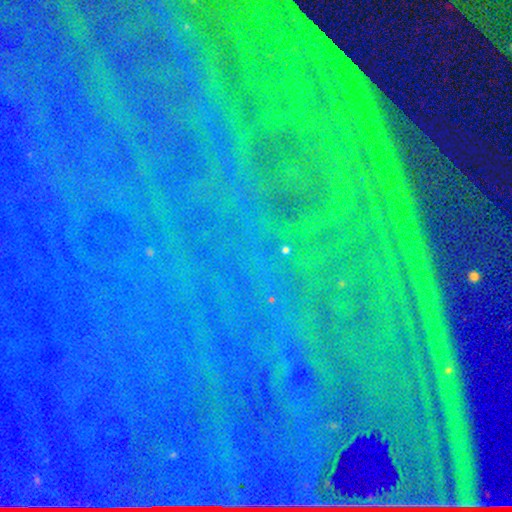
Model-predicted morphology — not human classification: smooth-or-featured: star or artifact: 87% | featured or disk: 7% | smooth: 6%